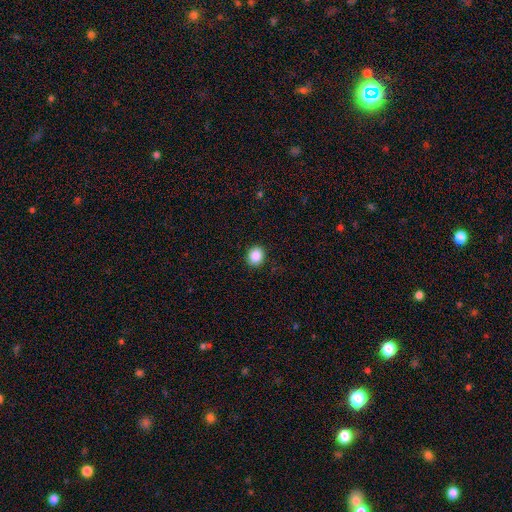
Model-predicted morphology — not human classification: Q: Smooth or featured?
A: smooth (88%); runner-up: star or artifact (9%)
Q: How rounded?
A: round (73%); runner-up: in between (26%)
Q: Merging?
A: none (90%); runner-up: minor disturbance (7%)